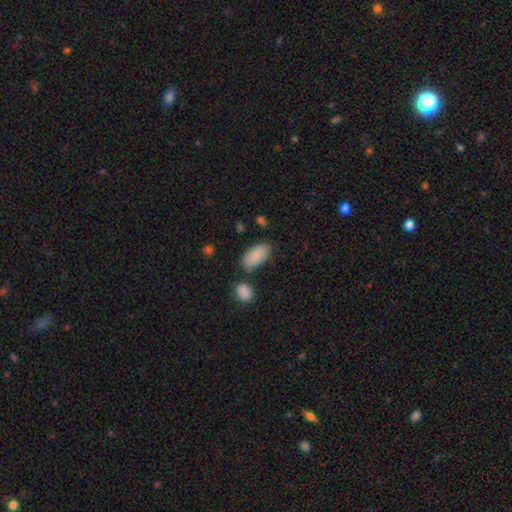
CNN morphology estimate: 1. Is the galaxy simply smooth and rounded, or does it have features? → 88% smooth, 6% star or artifact, 6% featured or disk.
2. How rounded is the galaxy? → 95% in between, 3% round, 3% cigar-shaped.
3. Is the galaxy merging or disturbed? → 73% none, 15% minor disturbance, 8% merger, 4% major disturbance.